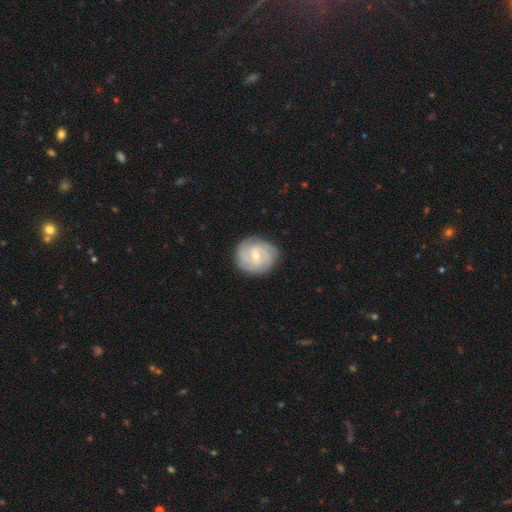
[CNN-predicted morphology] This is likely a featured or disk galaxy (78%). It is clearly not viewed edge-on (98%). Bar: possibly weak (51%). Spiral arm pattern: clearly yes (95%). Spiral arm count: marginally 3 (31%). Spiral winding: likely tight (62%). Central bulge: possibly small (57%). Merging: clearly none (84%).